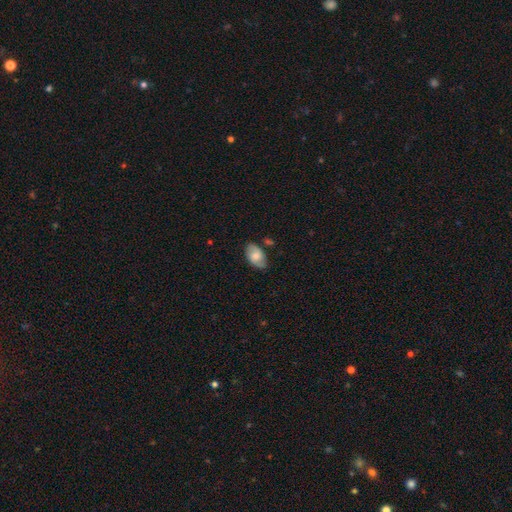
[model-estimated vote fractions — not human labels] smooth 57%, featured or disk 36%, star or artifact 7%. Down the decision tree: how rounded — in between (93%); merging — none (74%).